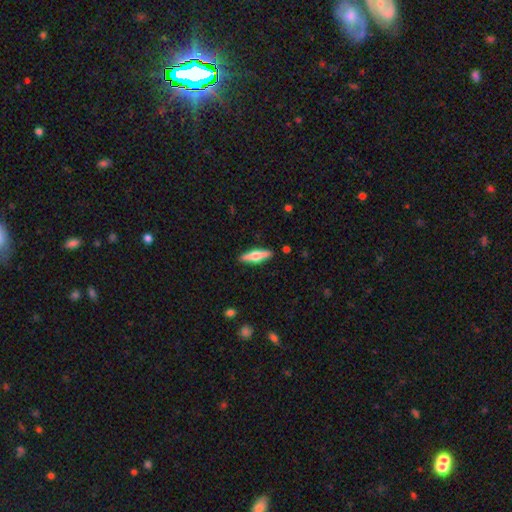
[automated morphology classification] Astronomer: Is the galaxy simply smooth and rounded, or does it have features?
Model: featured or disk — 51% (runner-up: smooth, 44%).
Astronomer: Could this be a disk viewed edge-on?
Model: yes — 95%.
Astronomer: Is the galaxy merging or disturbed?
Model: none — 90%.